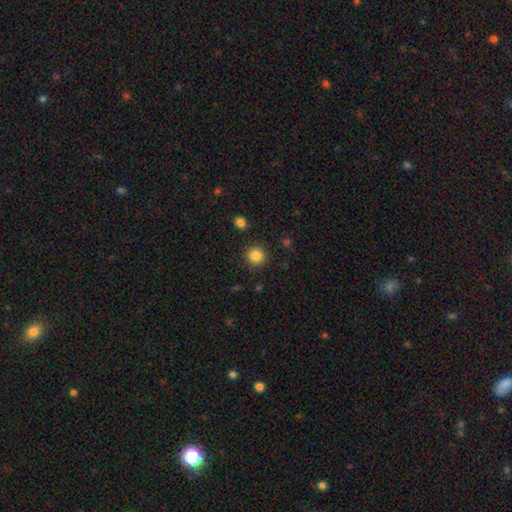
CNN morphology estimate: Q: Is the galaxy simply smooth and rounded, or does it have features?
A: smooth — 85%.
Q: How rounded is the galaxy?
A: round — 93%.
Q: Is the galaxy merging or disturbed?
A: none — 90%.